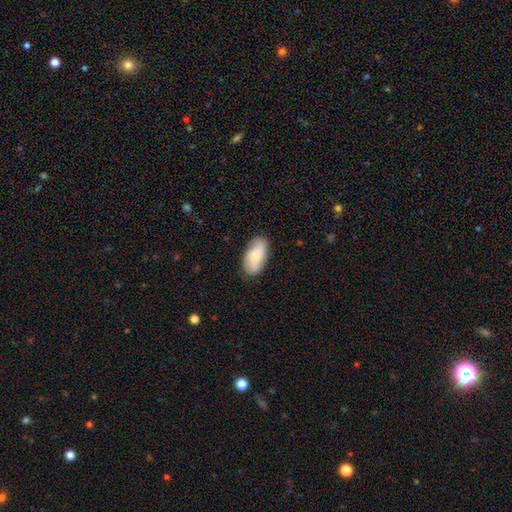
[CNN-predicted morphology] smooth 70%, featured or disk 24%, star or artifact 6%. Down the decision tree: how rounded — in between (92%); merging — none (80%).